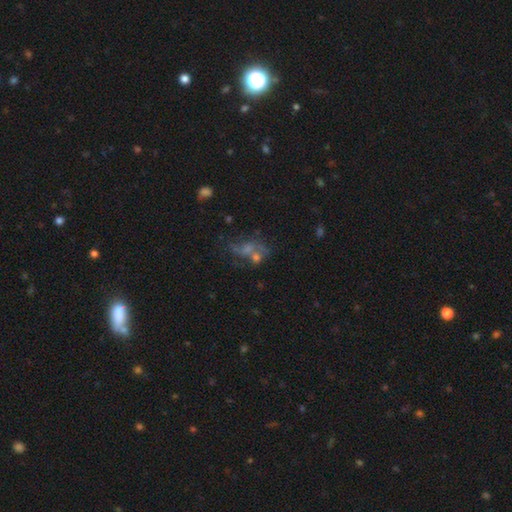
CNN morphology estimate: type=featured or disk (43%); merging=none (34%).